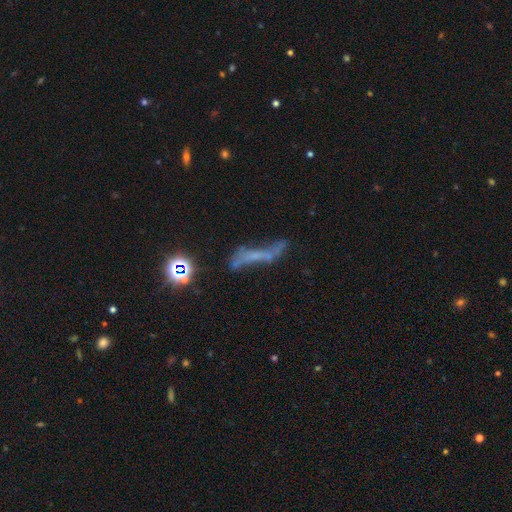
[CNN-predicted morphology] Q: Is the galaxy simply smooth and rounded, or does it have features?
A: featured or disk — 48%.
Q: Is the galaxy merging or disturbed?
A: none — 41%.